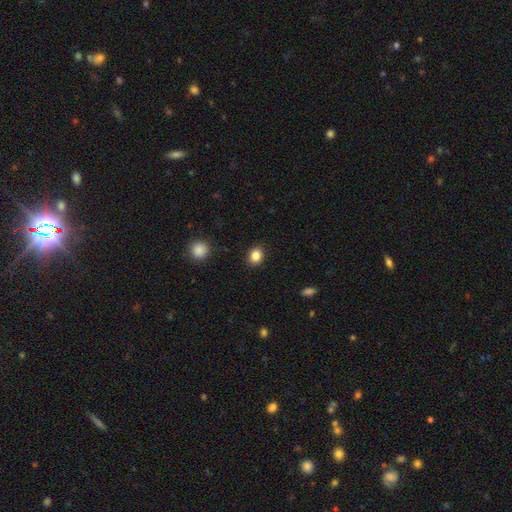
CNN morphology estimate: Overall: smooth (86%). How rounded: round (54%; in between 45%). Merging: none (89%).